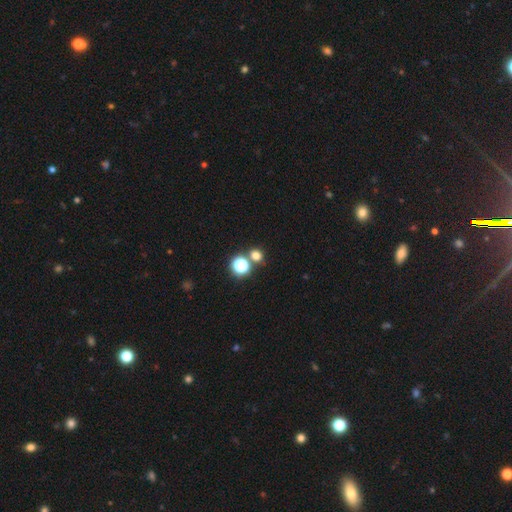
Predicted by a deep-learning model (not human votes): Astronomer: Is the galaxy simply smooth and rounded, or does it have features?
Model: smooth — 69%.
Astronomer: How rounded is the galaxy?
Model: round — 86%.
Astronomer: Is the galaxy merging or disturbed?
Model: none — 72%.